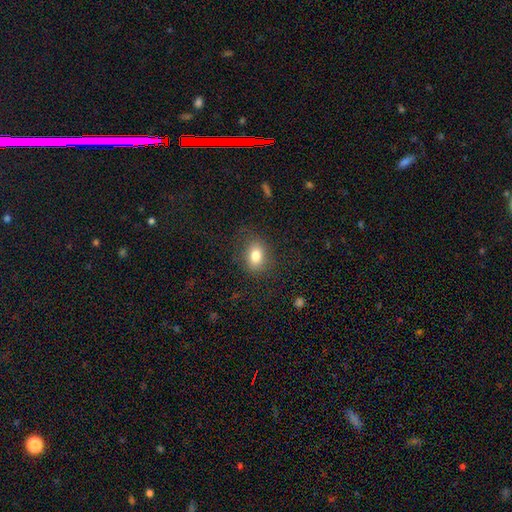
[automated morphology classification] Smooth or featured?
  - smooth: 81% *
  - star or artifact: 10%
  - featured or disk: 9%
How rounded?
  - in between: 68% *
  - round: 30%
  - cigar-shaped: 1%
Merging?
  - none: 79% *
  - minor disturbance: 14%
  - major disturbance: 6%
  - merger: 1%